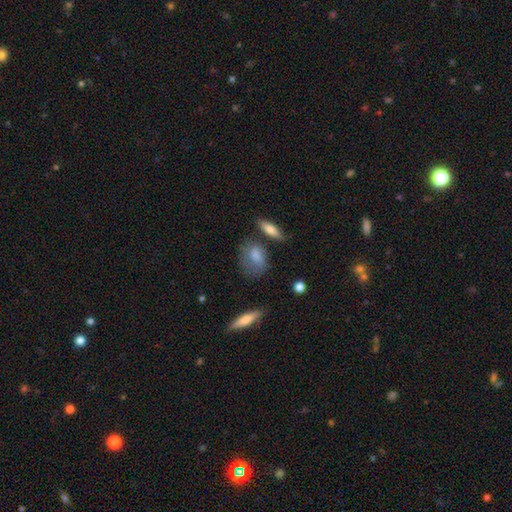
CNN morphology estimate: Smooth or featured: smooth — 76% (featured or disk — 16%)
How rounded: in between — 66% (round — 28%)
Merging: none — 51% (minor disturbance — 27%)